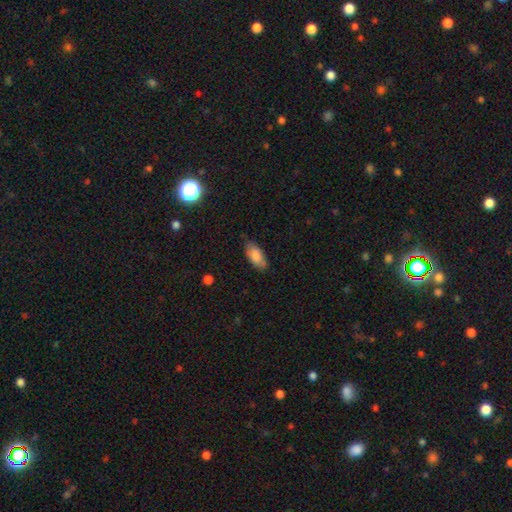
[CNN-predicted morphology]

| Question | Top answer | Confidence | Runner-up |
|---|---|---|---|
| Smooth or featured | smooth | 82% | featured or disk (12%) |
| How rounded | in between | 87% | cigar-shaped (11%) |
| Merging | none | 79% | minor disturbance (17%) |